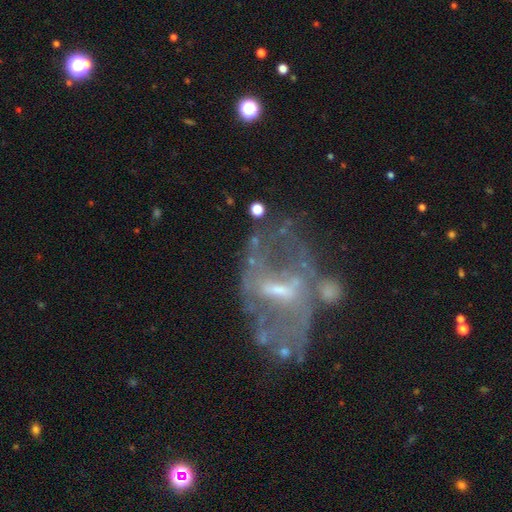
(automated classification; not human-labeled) Overall: featured or disk (74%). Edge-on disk: no (94%). Bar: weak (41%; strong 34%). Spiral arms: no (55%; yes 45%). Bulge size: small (44%; moderate 32%). Merging: none (38%; major disturbance 30%).